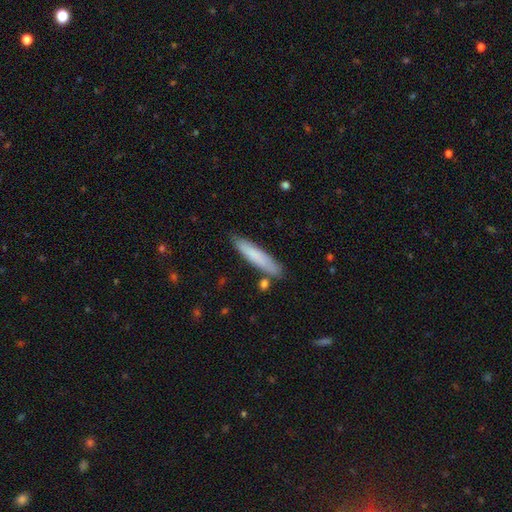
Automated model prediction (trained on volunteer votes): Morphology: type=smooth (77%); roundness=cigar-shaped (87%); merging=none (81%).